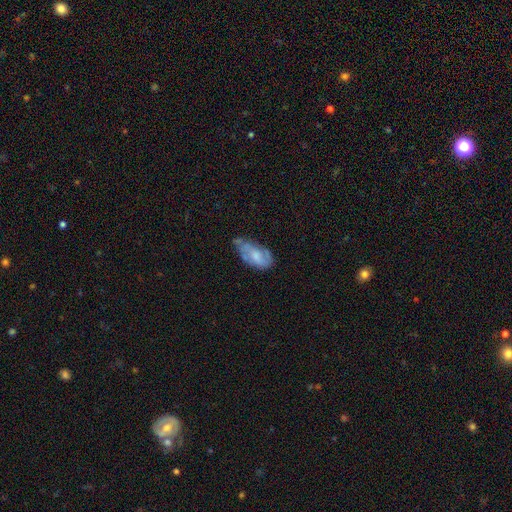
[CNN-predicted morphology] smooth 48%, featured or disk 45%, star or artifact 7%. Down the decision tree: merging — minor disturbance (41%).